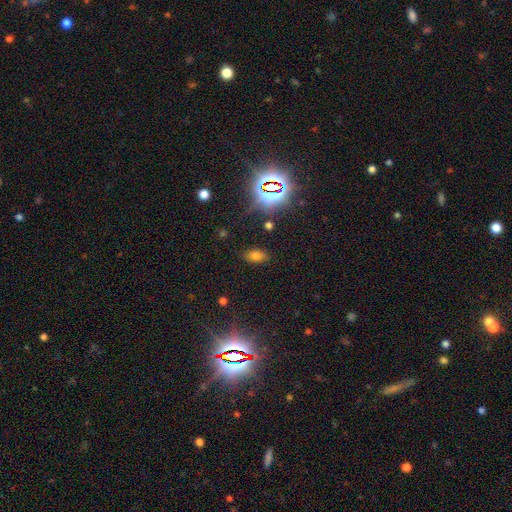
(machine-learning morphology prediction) type=smooth (64%); roundness=in between (88%); merging=none (83%).